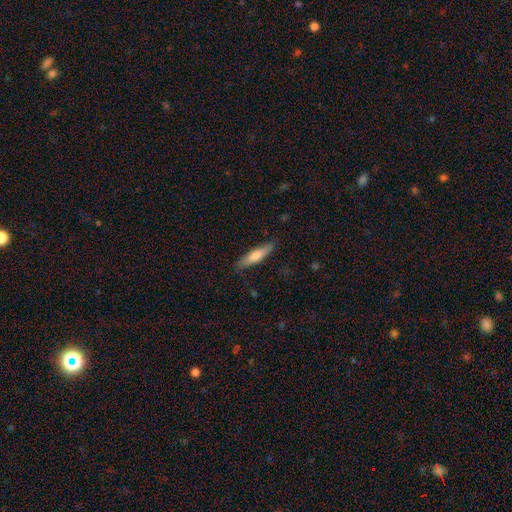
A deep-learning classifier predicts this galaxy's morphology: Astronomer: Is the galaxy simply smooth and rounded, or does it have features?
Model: smooth — 66%.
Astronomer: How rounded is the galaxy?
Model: cigar-shaped — 78%.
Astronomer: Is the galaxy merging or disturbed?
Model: none — 84%.